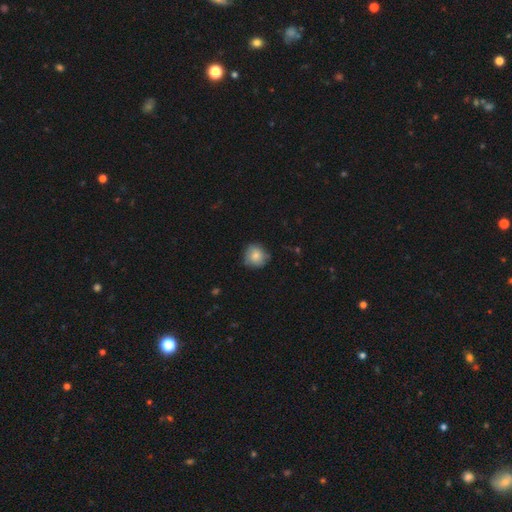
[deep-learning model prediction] A smooth galaxy with no disk features (76%) that is round (88%).

Vote fractions:
- Smooth or featured? smooth: 76% / featured or disk: 17% / star or artifact: 8%
- How rounded? round: 88% / in between: 11% / cigar-shaped: 1%
- Merging? none: 74% / minor disturbance: 20% / major disturbance: 4% / merger: 1%